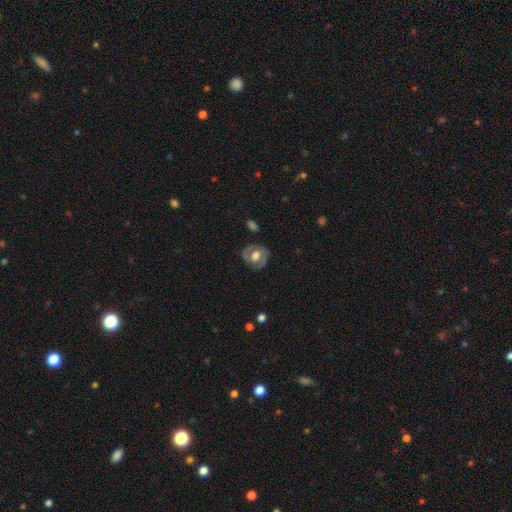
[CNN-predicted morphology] Smooth or featured?
  - featured or disk: 59% *
  - smooth: 35%
  - star or artifact: 6%
Edge-on disk?
  - no: 95% *
  - yes: 5%
Bar?
  - no: 61% *
  - weak: 31%
  - strong: 9%
Spiral arms?
  - yes: 55% *
  - no: 45%
Bulge size?
  - large: 47% *
  - moderate: 43%
  - small: 5%
  - dominant: 3%
  - none: 2%
Merging?
  - none: 77% *
  - minor disturbance: 16%
  - major disturbance: 6%
  - merger: 2%